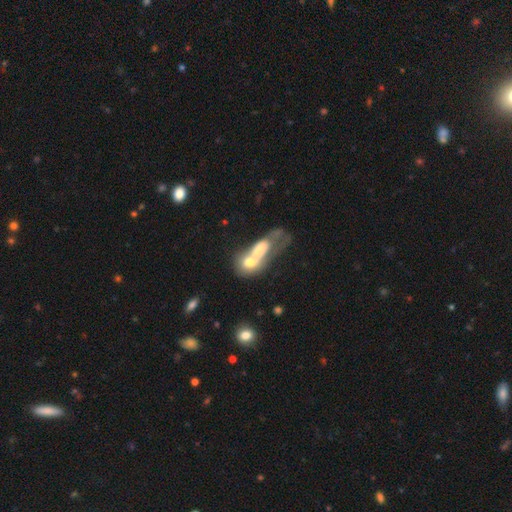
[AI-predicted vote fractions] Smooth or featured? smooth (50%)
Merging? merger (77%)